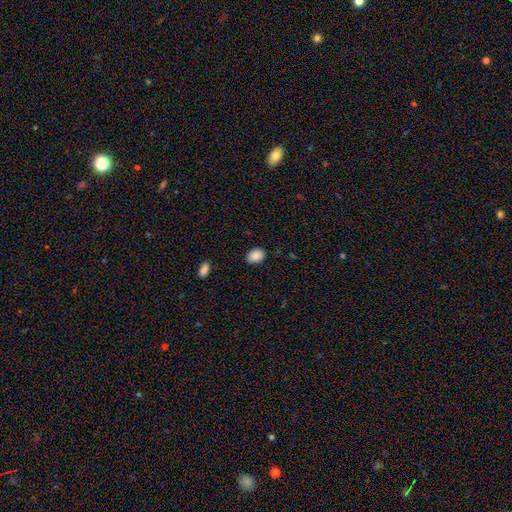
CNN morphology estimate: type=smooth (89%); roundness=in between (76%); merging=none (88%).